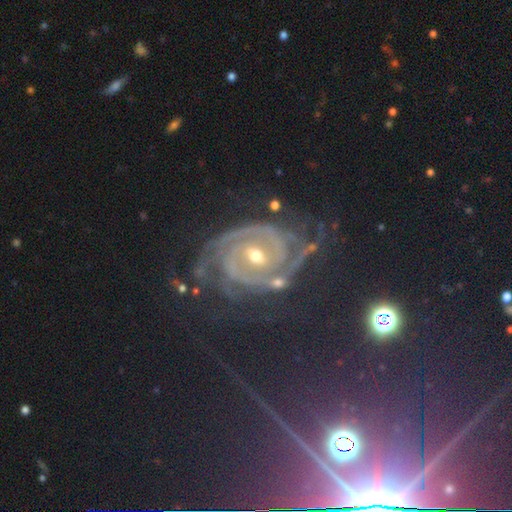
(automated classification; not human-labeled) smooth_or_featured: featured or disk (p=0.79) [alt: star or artifact p=0.16]
disk_edge_on: no (p=0.97) [alt: yes p=0.03]
bar: no (p=0.51) [alt: weak p=0.33]
has_spiral_arms: yes (p=0.98) [alt: no p=0.02]
spiral_winding: tight (p=0.74) [alt: medium p=0.21]
spiral_arm_count: 2 (p=0.47) [alt: 3 p=0.17]
bulge_size: moderate (p=0.50) [alt: small p=0.46]
merging: none (p=0.70) [alt: minor disturbance p=0.18]